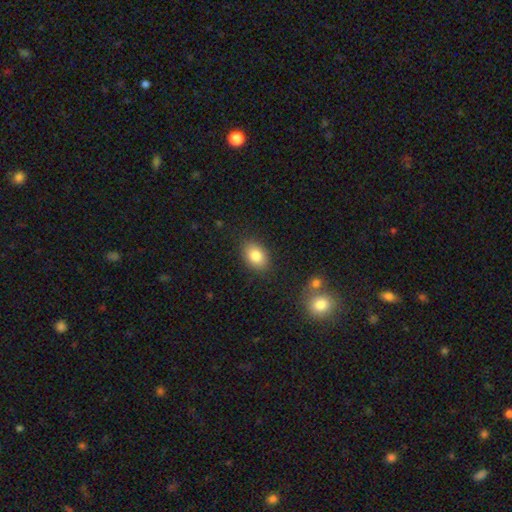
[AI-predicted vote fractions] The model was most divided on "how rounded": in between: 79%, round: 20%, cigar-shaped: 1%. More confident: merging — none (85%); smooth or featured — smooth (84%).